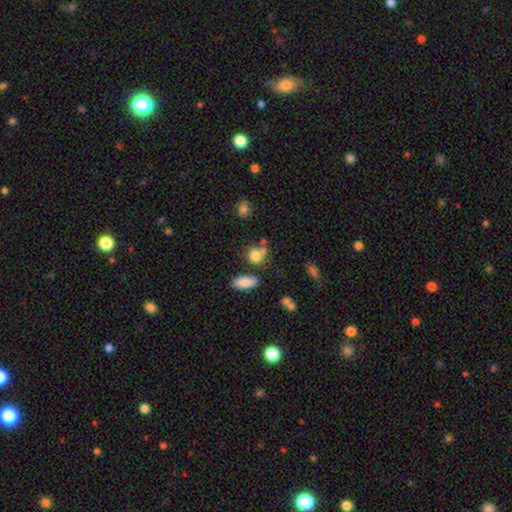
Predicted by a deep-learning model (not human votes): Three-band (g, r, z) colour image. It shows a smooth galaxy with no disk features (79%) that is round (71%). Merging: none (57%).